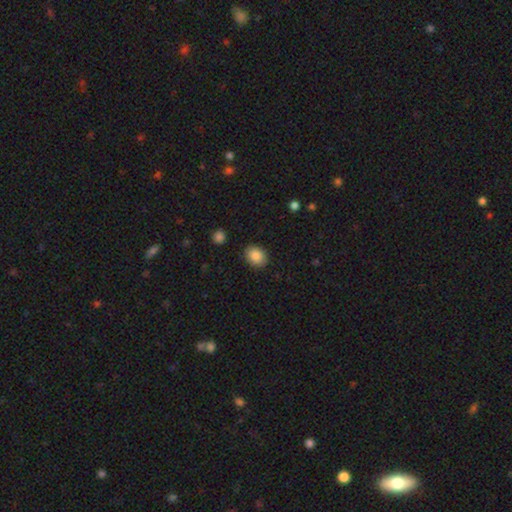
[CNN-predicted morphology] Overall: smooth (87%). How rounded: in between (53%; round 46%). Merging: none (89%).